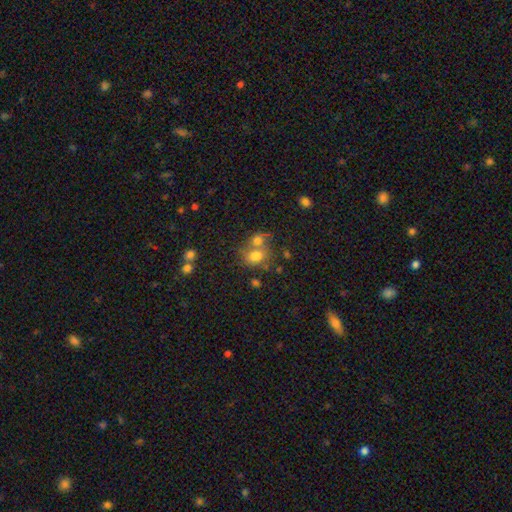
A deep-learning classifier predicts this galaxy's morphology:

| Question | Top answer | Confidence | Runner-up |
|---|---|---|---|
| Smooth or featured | smooth | 70% | featured or disk (17%) |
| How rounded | in between | 58% | round (41%) |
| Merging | merger | 54% | none (30%) |